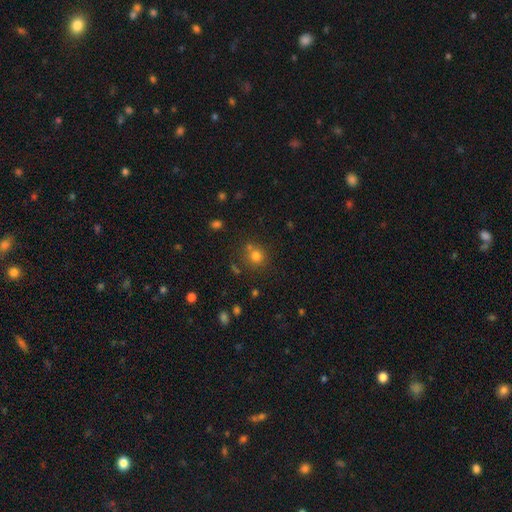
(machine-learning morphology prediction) A smooth galaxy with no disk features (76%) that is round (88%).

Vote fractions:
- Smooth or featured? smooth: 76% / star or artifact: 16% / featured or disk: 8%
- How rounded? round: 88% / in between: 11% / cigar-shaped: 1%
- Merging? none: 69% / merger: 16% / minor disturbance: 11% / major disturbance: 4%